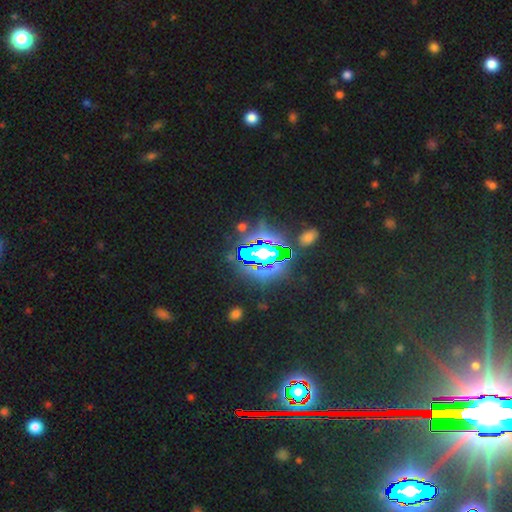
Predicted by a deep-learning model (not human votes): The model was most divided on "smooth or featured": star or artifact: 75%, smooth: 13%, featured or disk: 12%.